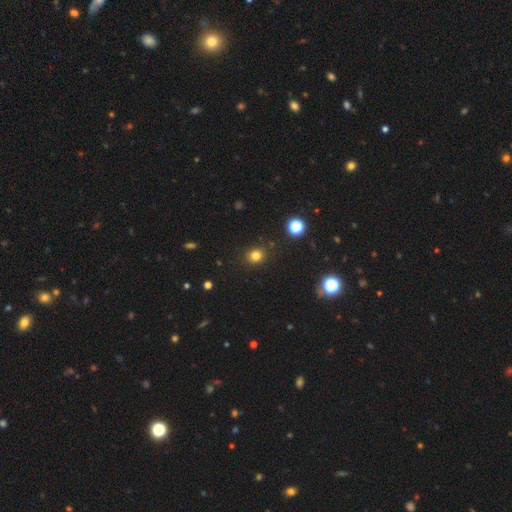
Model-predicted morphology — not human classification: A smooth galaxy with no disk features (79%) that is round (79%).

Vote fractions:
- Smooth or featured? smooth: 79% / star or artifact: 16% / featured or disk: 5%
- How rounded? round: 79% / in between: 20% / cigar-shaped: 1%
- Merging? none: 89% / minor disturbance: 7% / major disturbance: 2% / merger: 2%